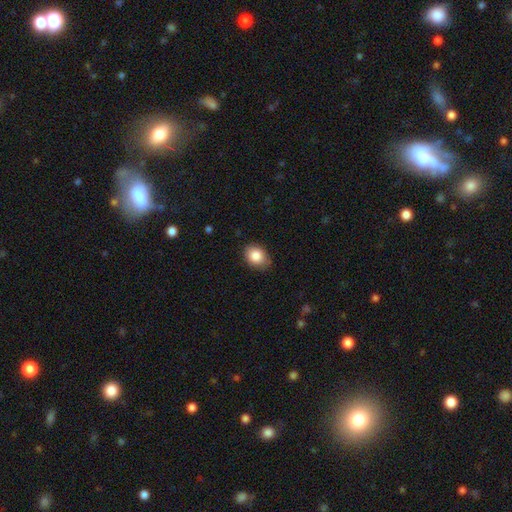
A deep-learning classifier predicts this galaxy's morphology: This is clearly a smooth galaxy (86%). How rounded: likely in between (64%). Merging: likely none (80%).